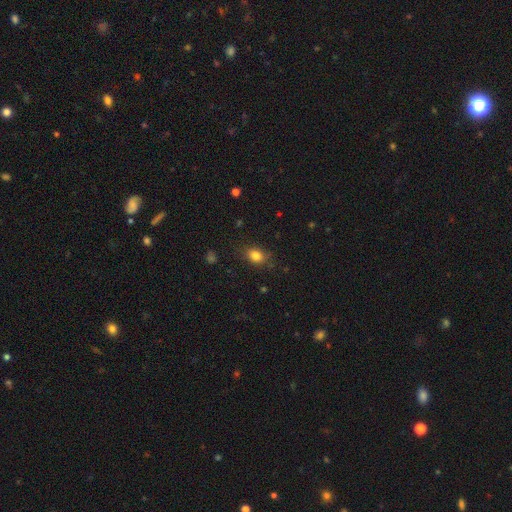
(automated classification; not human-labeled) A smooth galaxy with no disk features (82%) that is in between round and cigar-shaped (64%).

Vote fractions:
- Smooth or featured? smooth: 82% / star or artifact: 11% / featured or disk: 7%
- How rounded? in between: 64% / round: 34% / cigar-shaped: 2%
- Merging? none: 79% / minor disturbance: 15% / major disturbance: 4% / merger: 1%